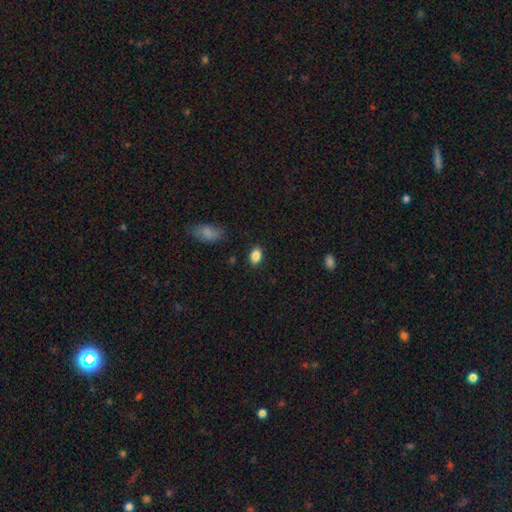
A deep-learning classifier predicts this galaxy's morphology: A smooth galaxy with no disk features (87%) that is in between round and cigar-shaped (86%). Merging: none (86%).